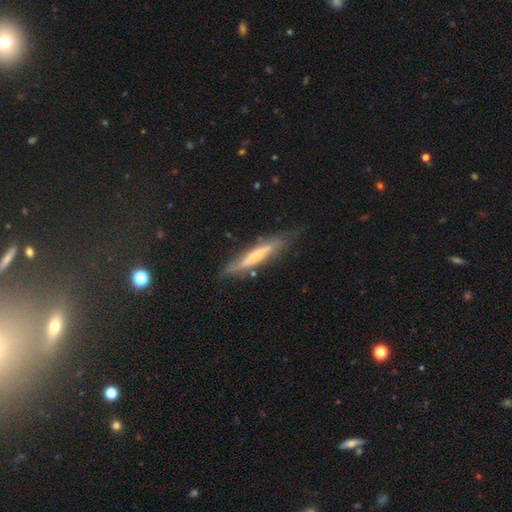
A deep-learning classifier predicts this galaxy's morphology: This appears to be a featured or disk galaxy (65%) viewed edge-on (80%) with a rounded central bulge (69%). Merging: none (72%).